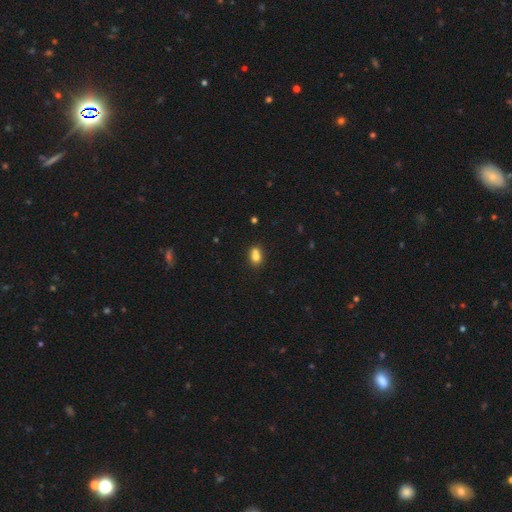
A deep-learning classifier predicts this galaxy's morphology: This is likely a smooth galaxy (78%). How rounded: likely in between (69%). Merging: possibly none (49%).